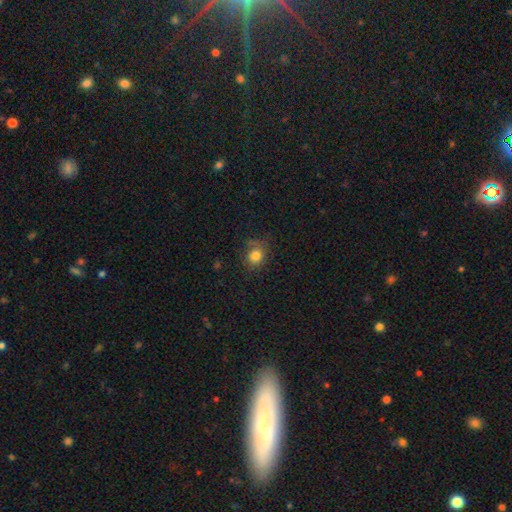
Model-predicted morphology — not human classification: A smooth galaxy with no disk features (80%) that is round (70%). Merging: none (68%).